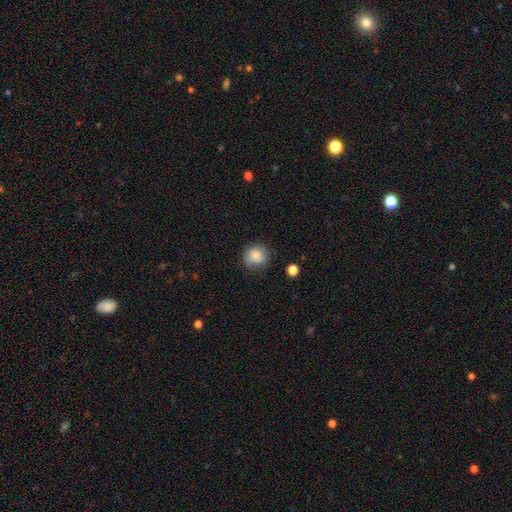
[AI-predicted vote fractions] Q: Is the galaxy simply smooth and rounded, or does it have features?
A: smooth — 81%.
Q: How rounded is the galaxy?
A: round — 84%.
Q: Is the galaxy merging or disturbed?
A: none — 70%.